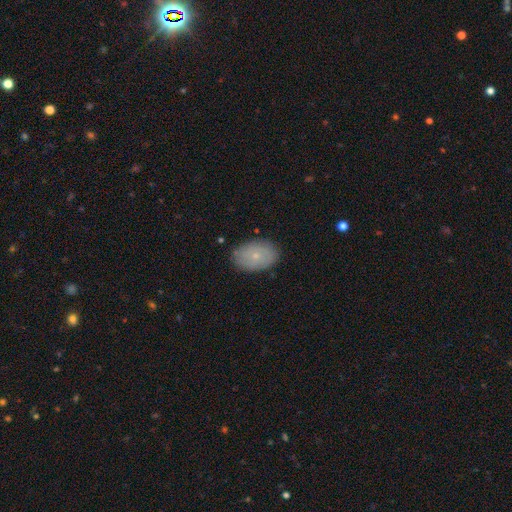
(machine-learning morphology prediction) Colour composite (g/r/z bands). It shows a smooth galaxy with no disk features (71%) that is in between round and cigar-shaped (87%). Merging: none (83%).